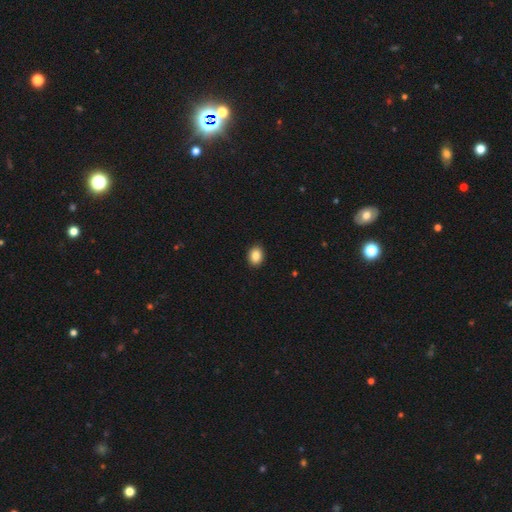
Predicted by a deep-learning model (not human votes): A smooth galaxy with no disk features (87%) that is in between round and cigar-shaped (66%). Merging: none (91%).